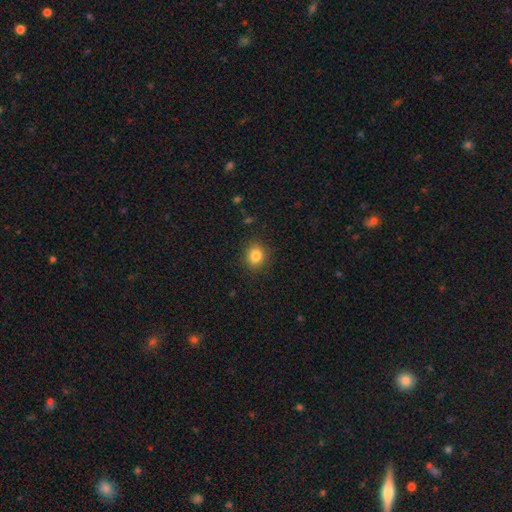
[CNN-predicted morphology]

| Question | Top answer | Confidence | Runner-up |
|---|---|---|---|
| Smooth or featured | smooth | 83% | star or artifact (11%) |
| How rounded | round | 76% | in between (23%) |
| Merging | none | 89% | minor disturbance (7%) |